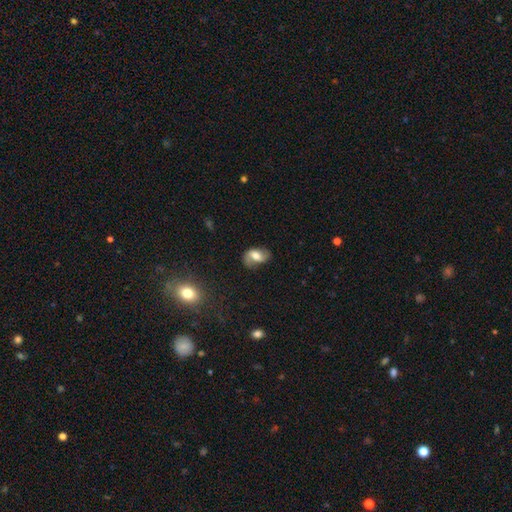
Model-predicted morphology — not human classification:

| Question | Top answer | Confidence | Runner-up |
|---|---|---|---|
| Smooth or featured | featured or disk | 46% | tied: smooth (46%) |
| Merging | none | 60% | minor disturbance (26%) |